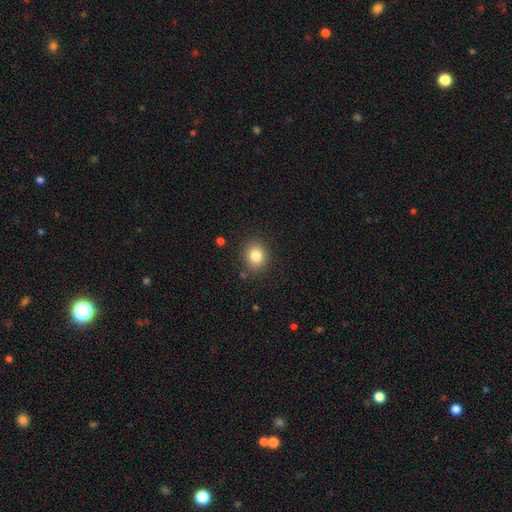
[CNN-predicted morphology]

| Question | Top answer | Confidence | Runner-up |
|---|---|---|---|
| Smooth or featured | smooth | 83% | star or artifact (10%) |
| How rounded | round | 69% | in between (30%) |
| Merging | none | 87% | minor disturbance (8%) |